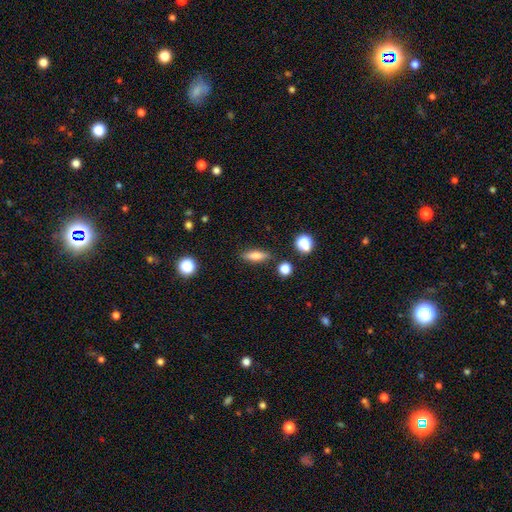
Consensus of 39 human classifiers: smooth-or-featured: smooth: 56% | featured or disk: 38% | star or artifact: 5%
  how-rounded: in between: 59% | cigar-shaped: 36% | round: 5%
  merging: none: 89% | merger: 8% | major disturbance: 3% | minor disturbance: 0%